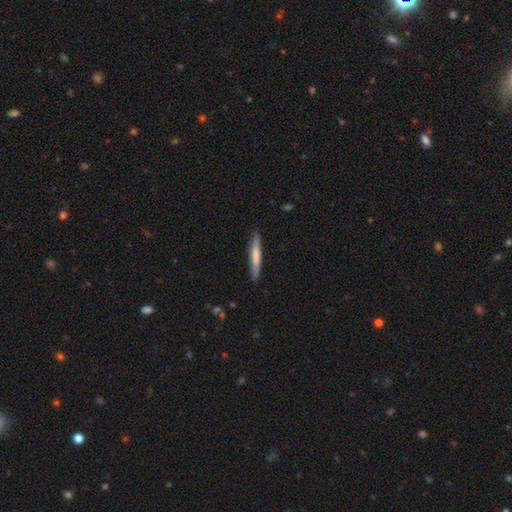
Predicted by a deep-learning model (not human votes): Smooth or featured? Predicted: smooth (p=0.66). How rounded? Predicted: cigar-shaped (p=0.95). Merging? Predicted: none (p=0.88).